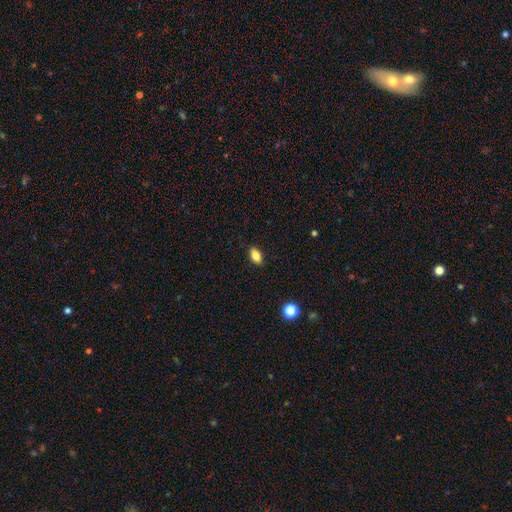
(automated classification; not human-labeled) This appears to be a smooth galaxy with no disk features (84%) that is in between round and cigar-shaped (88%). Merging: none (88%).